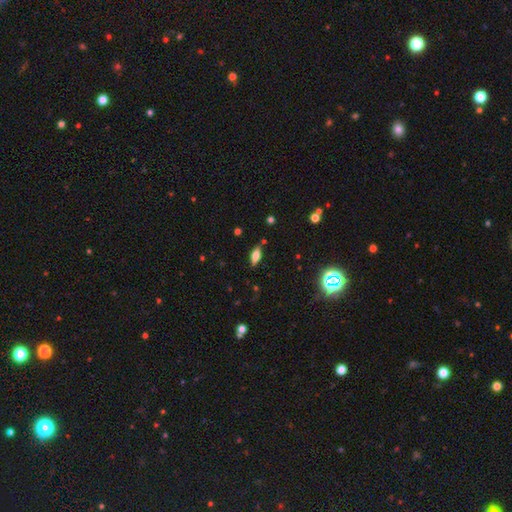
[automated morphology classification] Smooth or featured: smooth — 64% (featured or disk — 25%)
How rounded: in between — 76% (cigar-shaped — 21%)
Merging: none — 83% (minor disturbance — 12%)